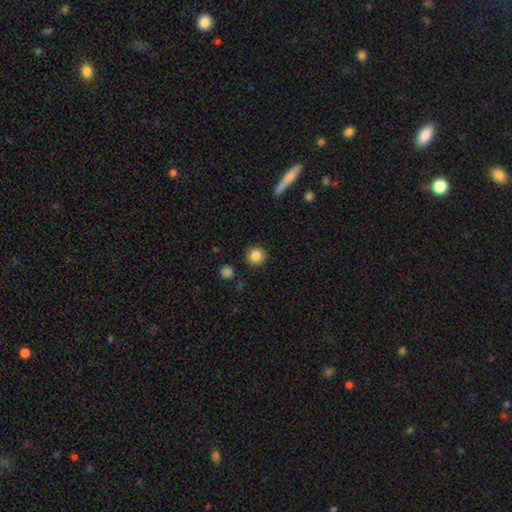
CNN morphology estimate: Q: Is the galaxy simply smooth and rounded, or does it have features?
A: smooth — 86%.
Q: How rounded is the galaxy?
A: round — 92%.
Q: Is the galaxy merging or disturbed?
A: none — 89%.